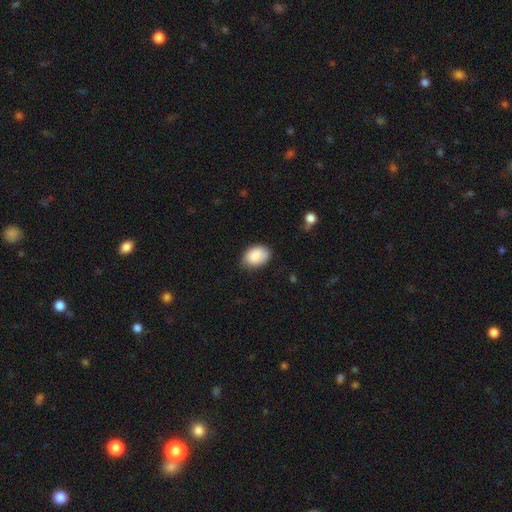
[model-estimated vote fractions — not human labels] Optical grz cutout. It shows a smooth galaxy with no disk features (87%) that is in between round and cigar-shaped (84%). Merging: none (71%).